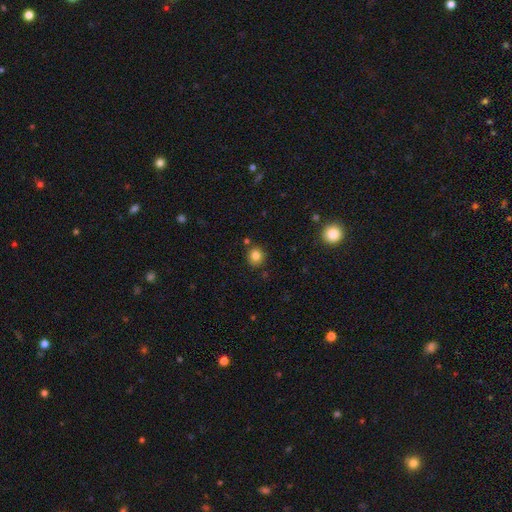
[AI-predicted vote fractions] smooth_or_featured: smooth (p=0.82) [alt: star or artifact p=0.12]
how_rounded: round (p=0.88) [alt: in between p=0.11]
merging: none (p=0.84) [alt: minor disturbance p=0.09]